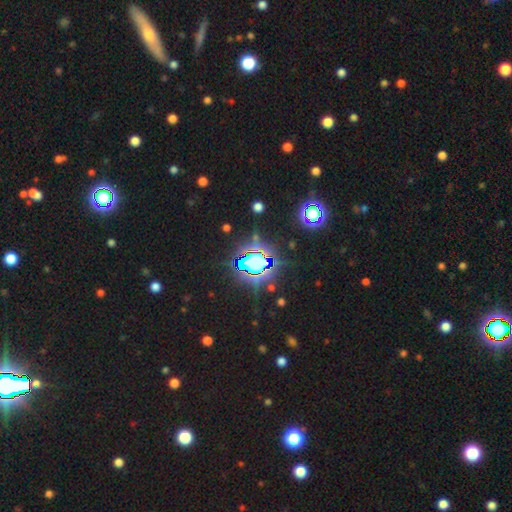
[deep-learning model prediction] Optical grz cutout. It shows a star or artifact, not a galaxy (84%).